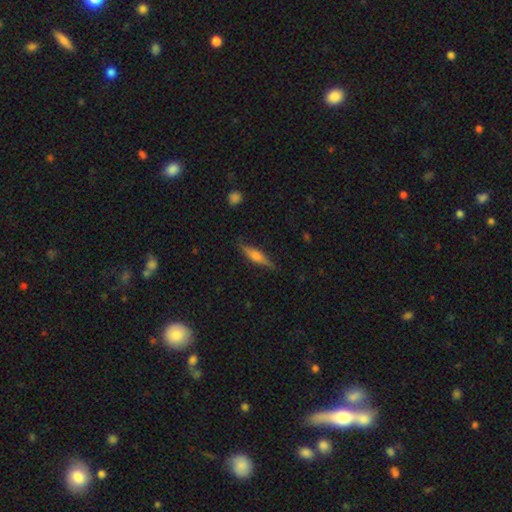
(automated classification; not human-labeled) Overall: featured or disk (62%; smooth 31%). Edge-on disk: yes (95%). Edge-on bulge: rounded (81%). Merging: none (84%).